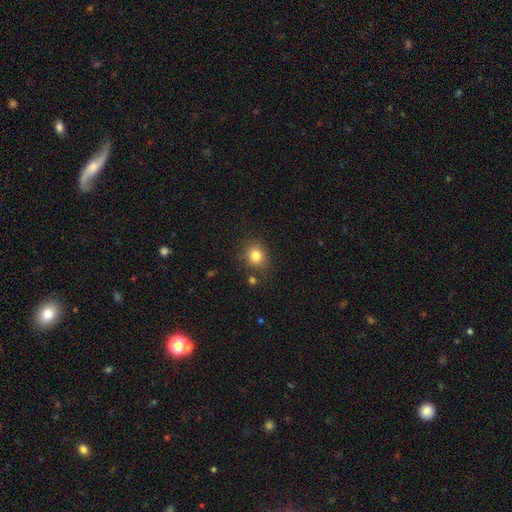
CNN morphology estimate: Smooth or featured?
  - smooth: 82% *
  - star or artifact: 12%
  - featured or disk: 7%
How rounded?
  - round: 76% *
  - in between: 23%
  - cigar-shaped: 1%
Merging?
  - none: 80% *
  - minor disturbance: 11%
  - merger: 5%
  - major disturbance: 4%